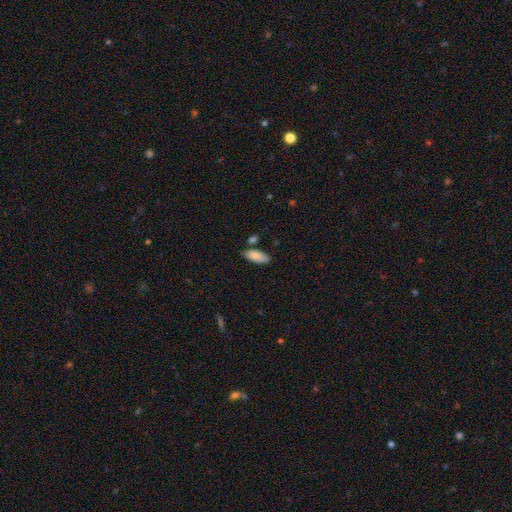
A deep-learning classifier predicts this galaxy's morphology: Smooth or featured? smooth (86%)
How rounded? in between (85%)
Merging? none (71%)